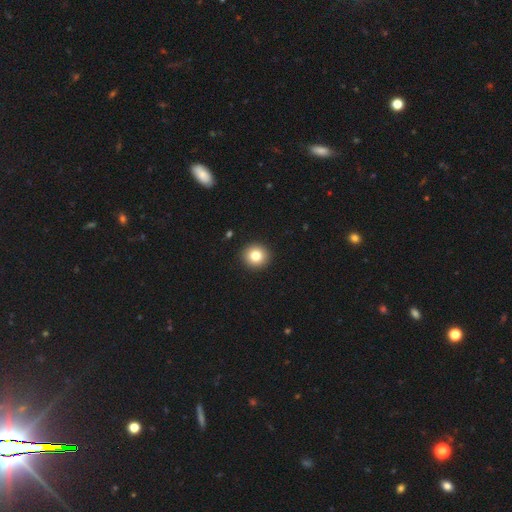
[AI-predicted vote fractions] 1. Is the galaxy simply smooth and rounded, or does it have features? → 81% smooth, 10% star or artifact, 9% featured or disk.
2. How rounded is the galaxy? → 91% round, 8% in between, 1% cigar-shaped.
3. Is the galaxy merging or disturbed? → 93% none, 4% minor disturbance, 1% major disturbance, 1% merger.